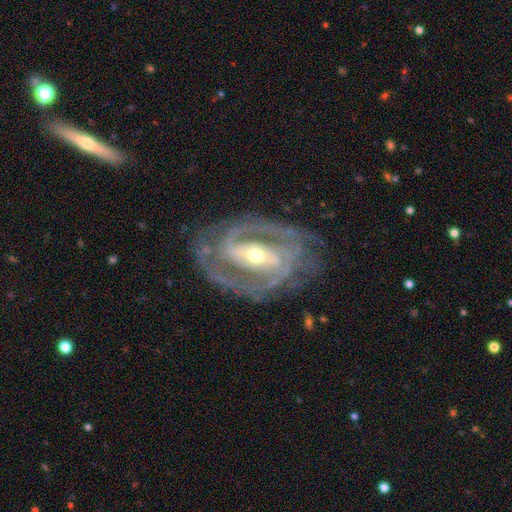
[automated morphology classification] Q: Smooth or featured?
A: featured or disk (92%); runner-up: star or artifact (4%)
Q: Edge-on disk?
A: no (96%); runner-up: yes (4%)
Q: Bar?
A: strong (51%); runner-up: weak (32%)
Q: Spiral arms?
A: yes (97%); runner-up: no (3%)
Q: Spiral winding?
A: tight (54%); runner-up: medium (38%)
Q: Spiral arm count?
A: 2 (68%); runner-up: 3 (14%)
Q: Bulge size?
A: moderate (56%); runner-up: small (38%)
Q: Merging?
A: none (73%); runner-up: minor disturbance (17%)